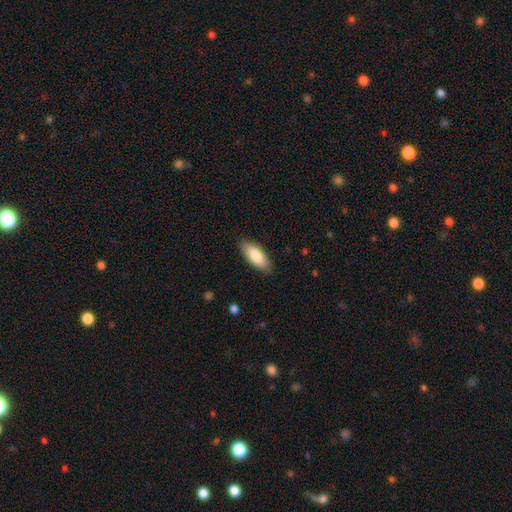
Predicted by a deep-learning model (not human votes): smooth 84%, featured or disk 11%, star or artifact 5%. Down the decision tree: how rounded — in between (75%); merging — none (86%).